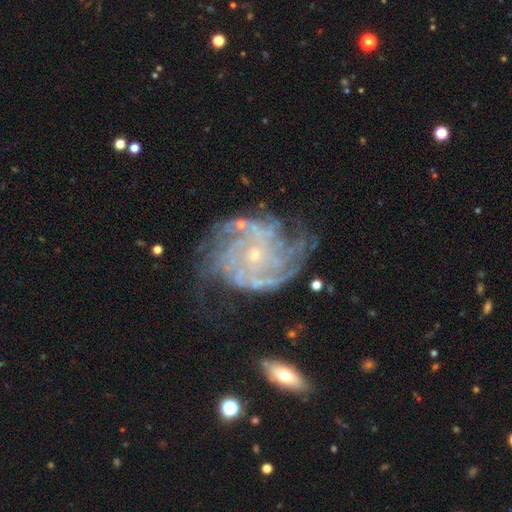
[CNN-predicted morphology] This is clearly a featured or disk galaxy (89%). It is clearly not viewed edge-on (97%). Bar: likely no (73%). Spiral arm pattern: clearly yes (96%). Spiral arm count: marginally can't tell (26%). Spiral winding: likely tight (60%). Central bulge: clearly small (81%). Merging: likely none (61%).